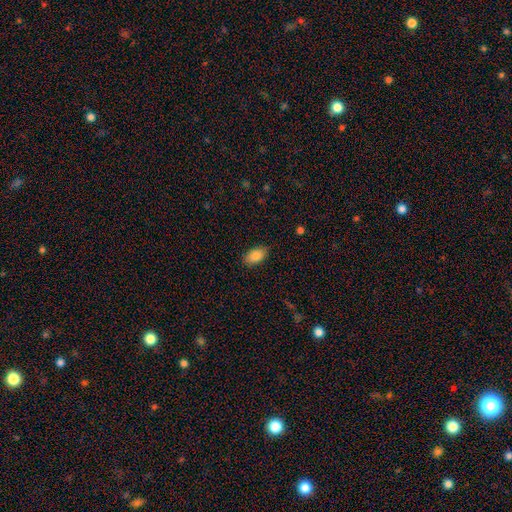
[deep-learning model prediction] Smooth or featured? smooth (85%)
How rounded? in between (92%)
Merging? none (84%)